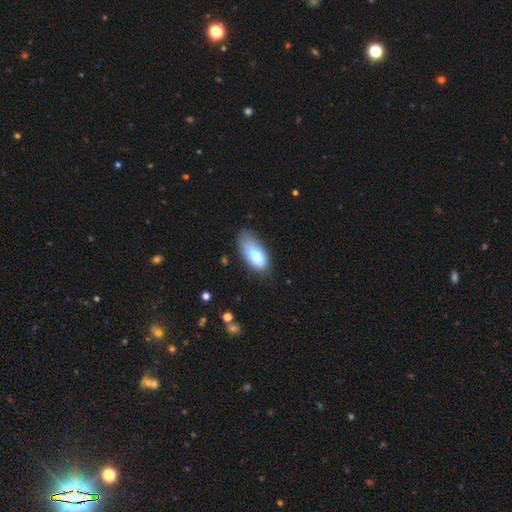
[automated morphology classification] This is likely a smooth galaxy (75%). How rounded: clearly in between (86%). Merging: possibly none (49%).